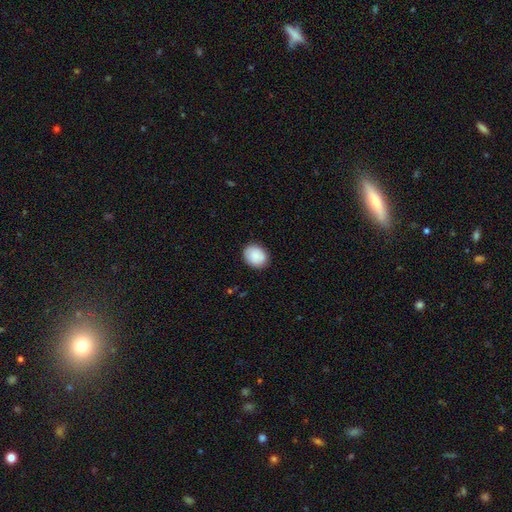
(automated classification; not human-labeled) Morphology: type=smooth (86%); roundness=round (56%); merging=none (87%).